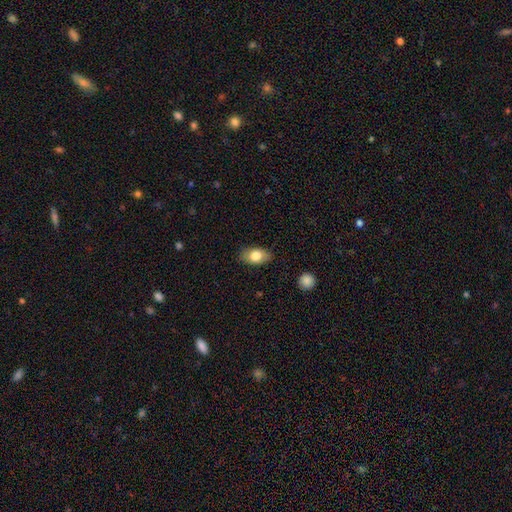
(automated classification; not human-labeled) smooth-or-featured: smooth: 79% | featured or disk: 14% | star or artifact: 7%
  how-rounded: in between: 87% | round: 10% | cigar-shaped: 3%
  merging: none: 84% | minor disturbance: 12% | major disturbance: 3% | merger: 1%